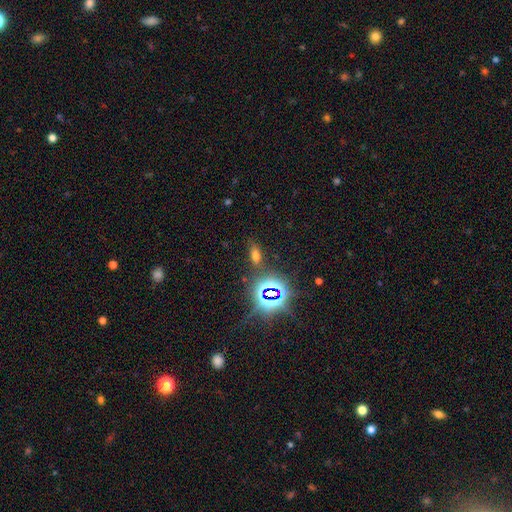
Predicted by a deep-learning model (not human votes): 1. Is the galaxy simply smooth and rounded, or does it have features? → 55% smooth, 36% star or artifact, 9% featured or disk.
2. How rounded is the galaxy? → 77% in between, 14% cigar-shaped, 9% round.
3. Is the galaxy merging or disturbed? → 77% none, 11% minor disturbance, 6% merger, 5% major disturbance.